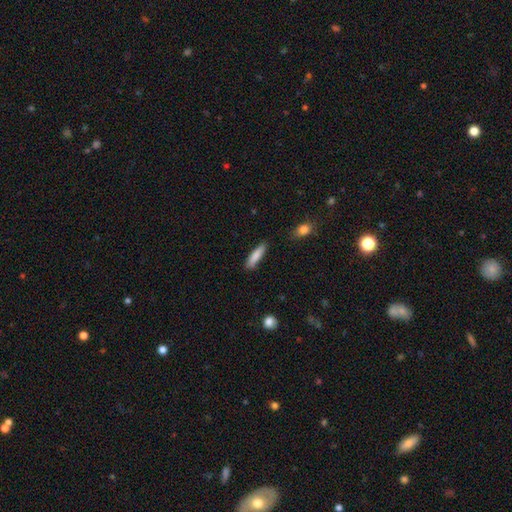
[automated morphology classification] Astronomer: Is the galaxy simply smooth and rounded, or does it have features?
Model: smooth — 84%.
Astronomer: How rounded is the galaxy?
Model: cigar-shaped — 77%.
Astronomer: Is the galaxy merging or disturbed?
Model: none — 85%.